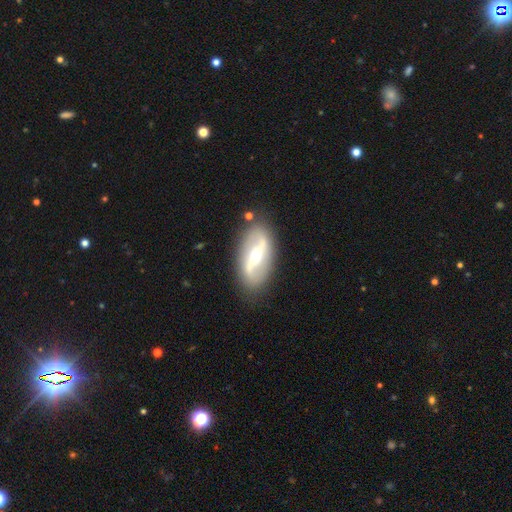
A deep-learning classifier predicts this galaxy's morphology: A featured or disk galaxy (76%) with a strong bar (52%), 2 (89%) loose (62%) spiral arms (73%) and a moderate central bulge (61%). Merging: none (83%).